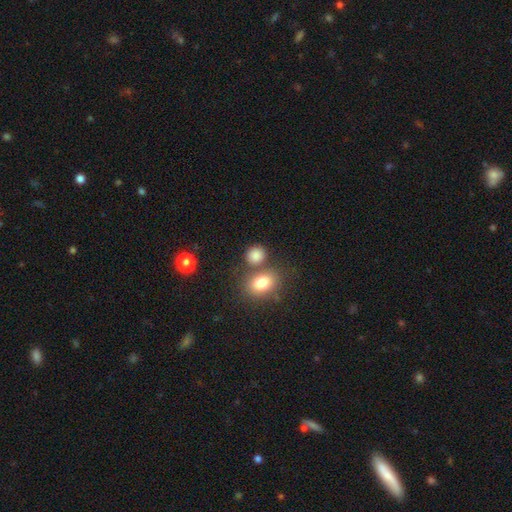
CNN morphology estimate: Smooth or featured?
  - smooth: 83% *
  - star or artifact: 11%
  - featured or disk: 6%
How rounded?
  - round: 73% *
  - in between: 26%
  - cigar-shaped: 1%
Merging?
  - none: 64% *
  - merger: 20%
  - minor disturbance: 11%
  - major disturbance: 4%